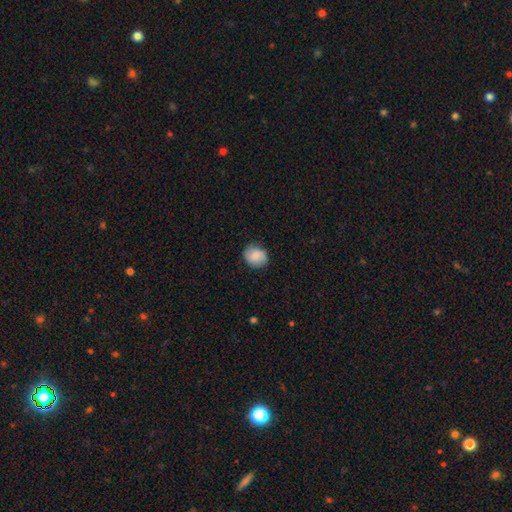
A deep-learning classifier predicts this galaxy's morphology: A smooth galaxy with no disk features (73%) that is round (71%). Merging: none (81%).